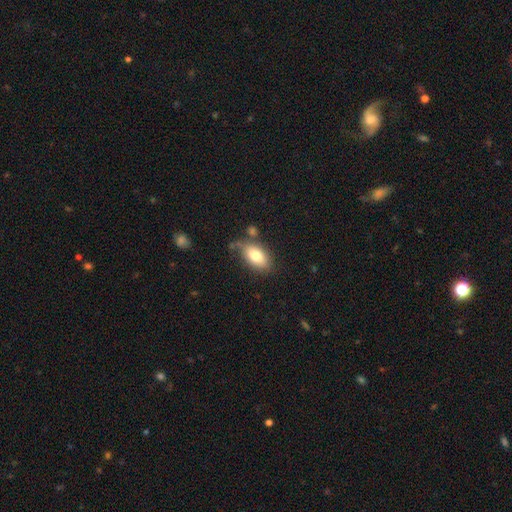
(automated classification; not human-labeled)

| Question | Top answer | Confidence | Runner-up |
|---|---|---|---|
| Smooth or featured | smooth | 80% | featured or disk (12%) |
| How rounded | in between | 91% | round (6%) |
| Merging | none | 69% | minor disturbance (18%) |